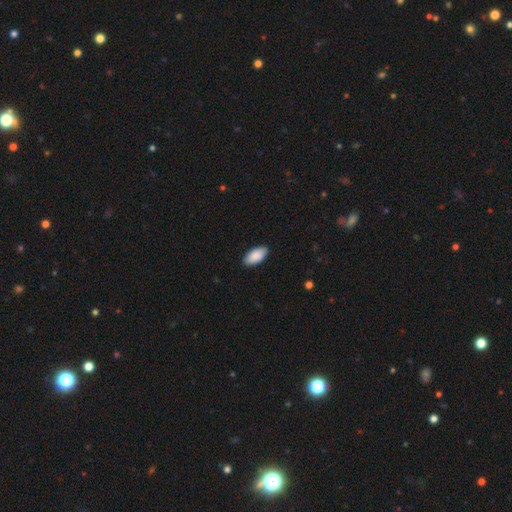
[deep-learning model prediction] This appears to be a smooth galaxy with no disk features (90%) that is in between round and cigar-shaped (94%). Merging: none (89%).